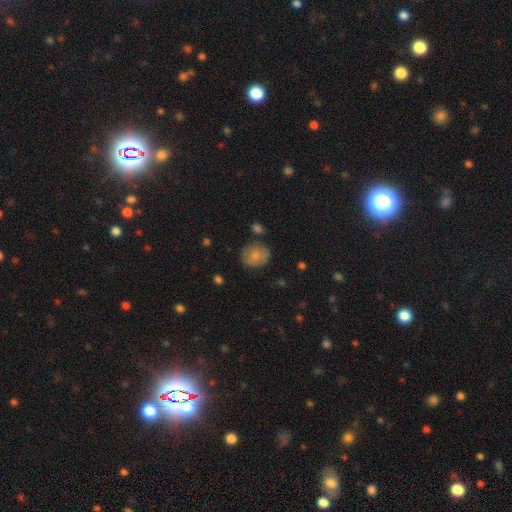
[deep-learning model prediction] smooth_or_featured: smooth (p=0.74) [alt: featured or disk p=0.18]
how_rounded: round (p=0.74) [alt: in between p=0.25]
merging: none (p=0.73) [alt: minor disturbance p=0.18]